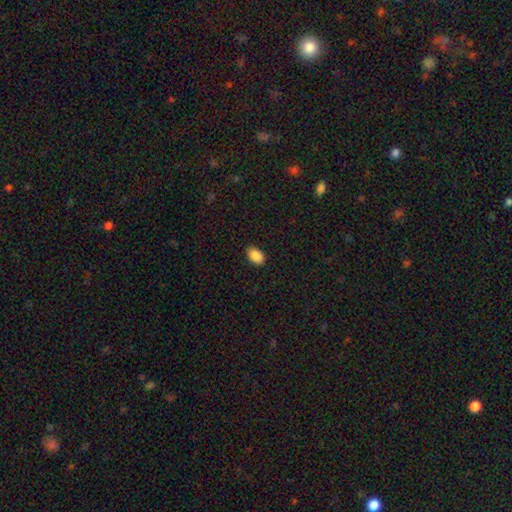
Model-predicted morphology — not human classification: Smooth or featured: smooth — 89% (star or artifact — 8%)
How rounded: in between — 90% (round — 8%)
Merging: none — 88% (minor disturbance — 9%)